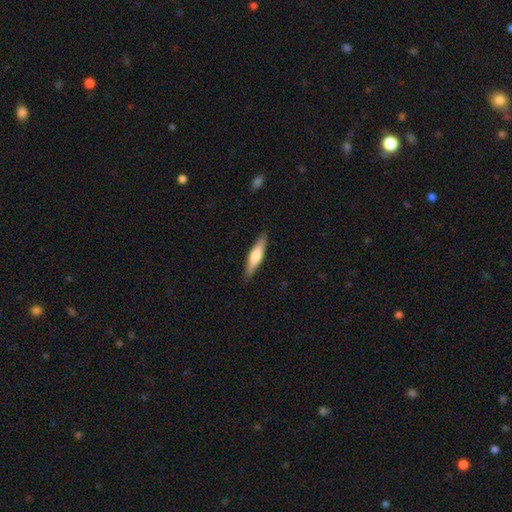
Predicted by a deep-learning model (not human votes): Smooth or featured? smooth (52%)
How rounded? cigar-shaped (76%)
Merging? none (88%)